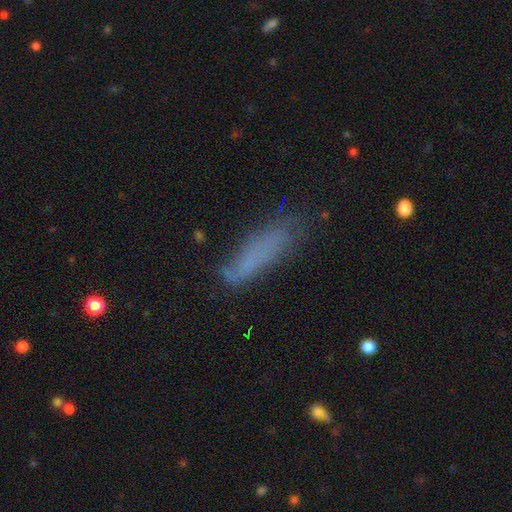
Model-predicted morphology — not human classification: Smooth or featured?
  - smooth: 69% *
  - featured or disk: 19%
  - star or artifact: 12%
How rounded?
  - cigar-shaped: 69% *
  - in between: 29%
  - round: 2%
Merging?
  - none: 67% *
  - minor disturbance: 22%
  - major disturbance: 8%
  - merger: 3%